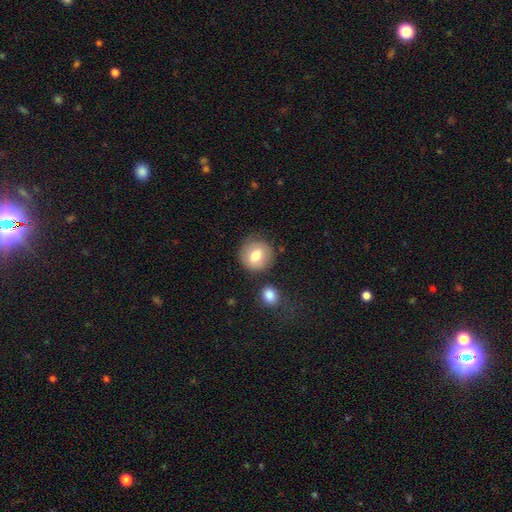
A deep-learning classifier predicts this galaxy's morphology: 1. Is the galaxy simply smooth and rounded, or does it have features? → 77% smooth, 16% featured or disk, 8% star or artifact.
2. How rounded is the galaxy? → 88% round, 11% in between, 1% cigar-shaped.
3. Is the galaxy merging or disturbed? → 76% none, 13% minor disturbance, 7% merger, 4% major disturbance.